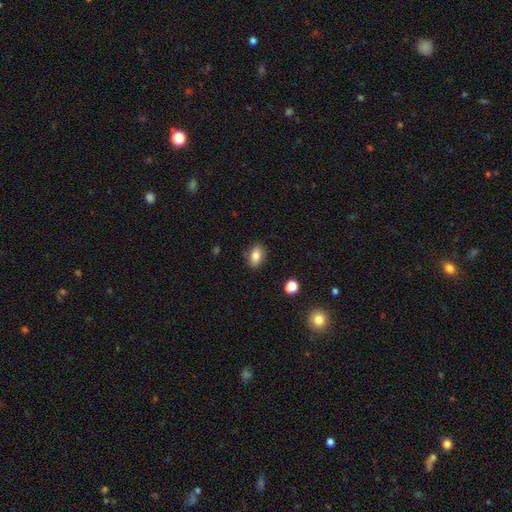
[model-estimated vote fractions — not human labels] Smooth or featured? smooth (82%)
How rounded? in between (86%)
Merging? none (83%)